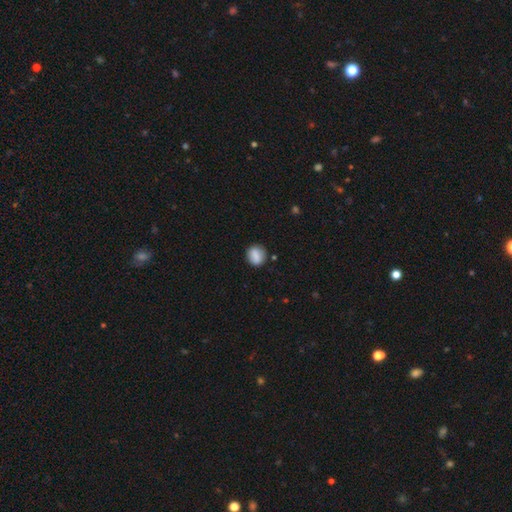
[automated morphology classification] Overall: smooth (83%). How rounded: round (66%; in between 32%). Merging: none (80%).